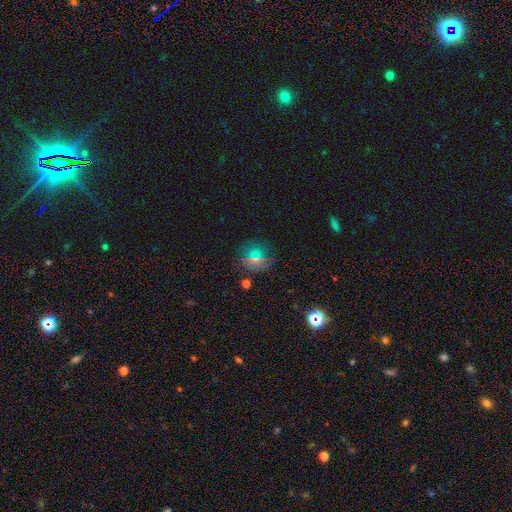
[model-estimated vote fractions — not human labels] Smooth or featured? Predicted: smooth (p=0.55). How rounded? Predicted: round (p=0.82). Merging? Predicted: none (p=0.80).